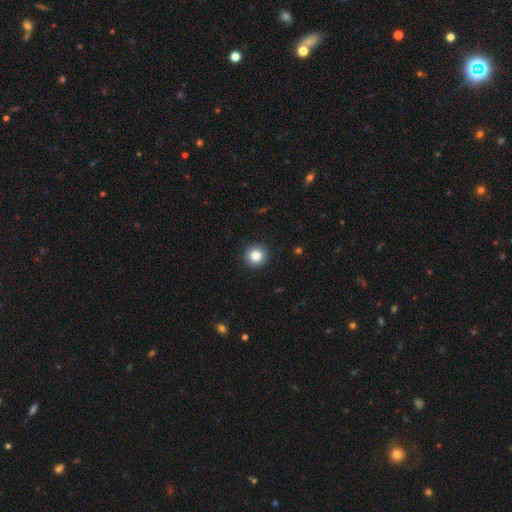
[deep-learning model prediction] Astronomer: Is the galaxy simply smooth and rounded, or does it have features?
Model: smooth — 84%.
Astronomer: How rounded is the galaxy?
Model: round — 94%.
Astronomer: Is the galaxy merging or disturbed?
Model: none — 92%.